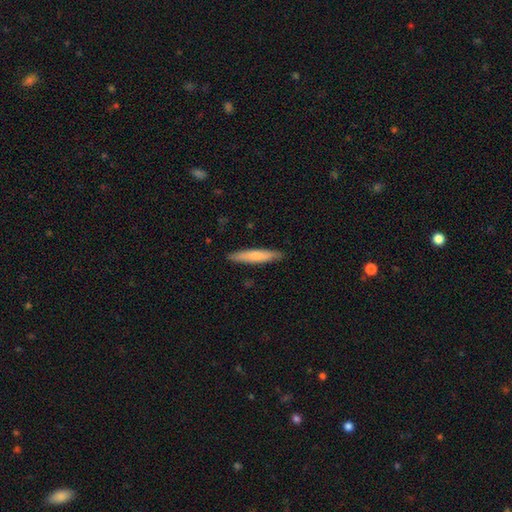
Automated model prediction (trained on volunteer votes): smooth_or_featured: smooth (p=0.71) [alt: featured or disk p=0.24]
how_rounded: cigar-shaped (p=0.91) [alt: in between p=0.08]
merging: none (p=0.90) [alt: minor disturbance p=0.08]